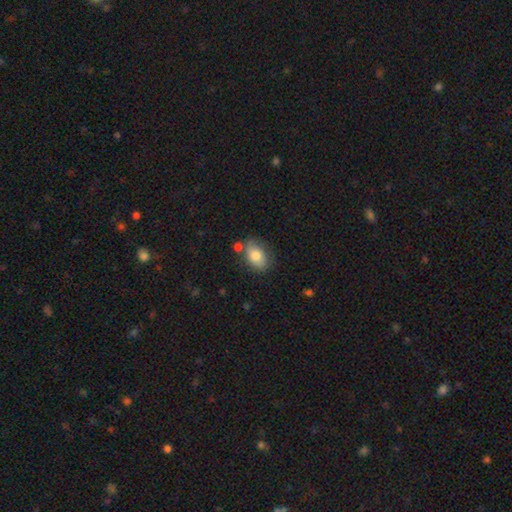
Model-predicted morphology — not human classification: The model was most divided on "merging": none: 68%, minor disturbance: 18%, merger: 9%, major disturbance: 5%. More confident: how rounded — in between (84%); smooth or featured — smooth (78%).